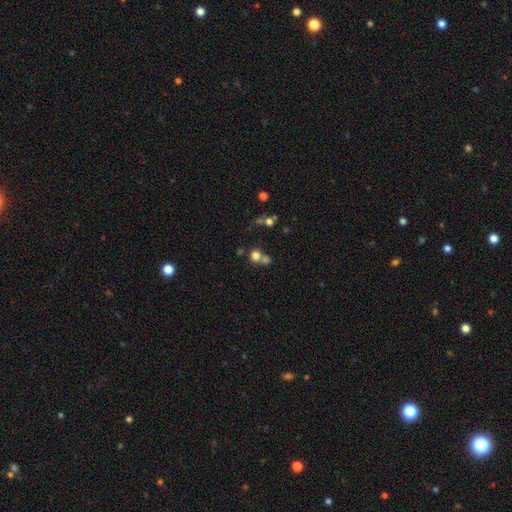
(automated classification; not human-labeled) A smooth galaxy with no disk features (73%) that is round (85%). Merging: none (45%).